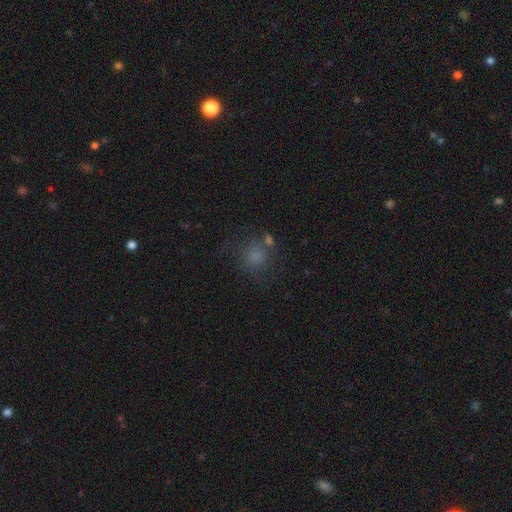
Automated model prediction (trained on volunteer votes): This is likely a smooth galaxy (72%). How rounded: clearly round (87%). Merging: likely none (65%).